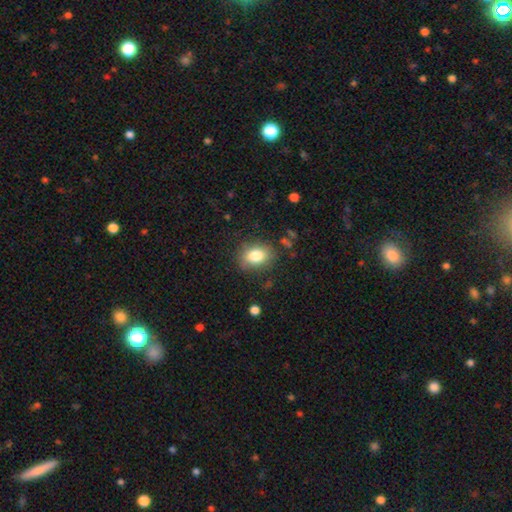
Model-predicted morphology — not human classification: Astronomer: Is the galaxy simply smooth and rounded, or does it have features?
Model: smooth — 81%.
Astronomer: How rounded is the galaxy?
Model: in between — 59% (runner-up: round, 40%).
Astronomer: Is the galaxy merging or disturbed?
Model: none — 79%.